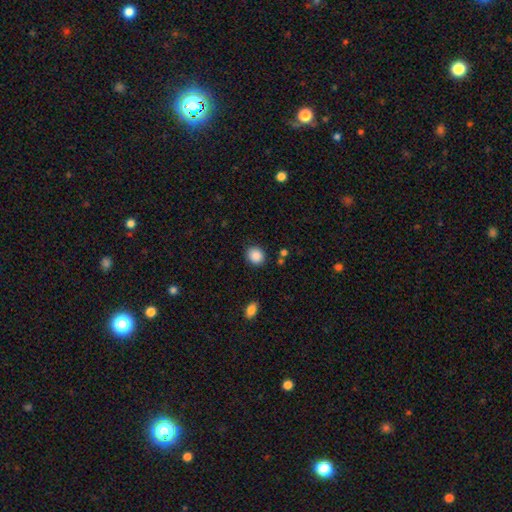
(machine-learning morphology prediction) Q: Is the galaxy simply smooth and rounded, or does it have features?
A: smooth — 88%.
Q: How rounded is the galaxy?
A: round — 76%.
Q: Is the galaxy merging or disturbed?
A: none — 86%.